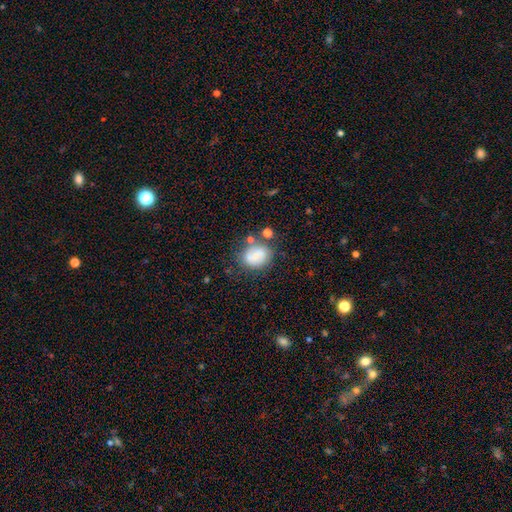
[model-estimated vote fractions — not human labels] smooth_or_featured: smooth (p=0.61) [alt: featured or disk p=0.28]
how_rounded: round (p=0.55) [alt: in between p=0.44]
merging: none (p=0.60) [alt: minor disturbance p=0.20]